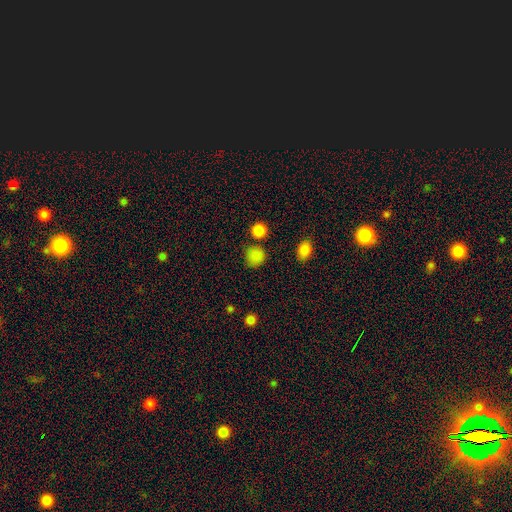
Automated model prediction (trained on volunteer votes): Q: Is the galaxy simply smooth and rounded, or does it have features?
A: smooth — 84%.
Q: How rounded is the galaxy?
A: round — 86%.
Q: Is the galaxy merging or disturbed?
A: none — 78%.